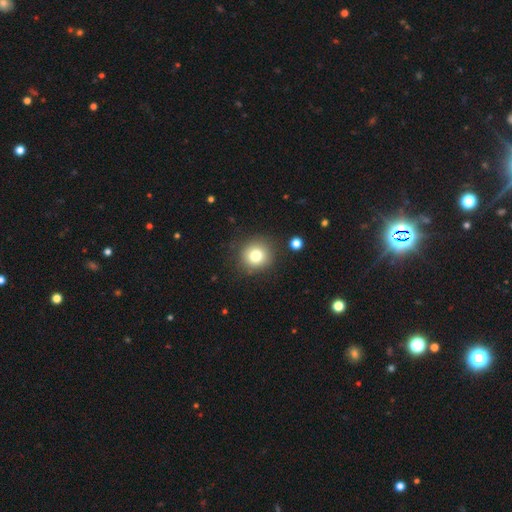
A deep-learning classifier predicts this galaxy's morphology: type=smooth (78%); roundness=round (90%); merging=none (85%).